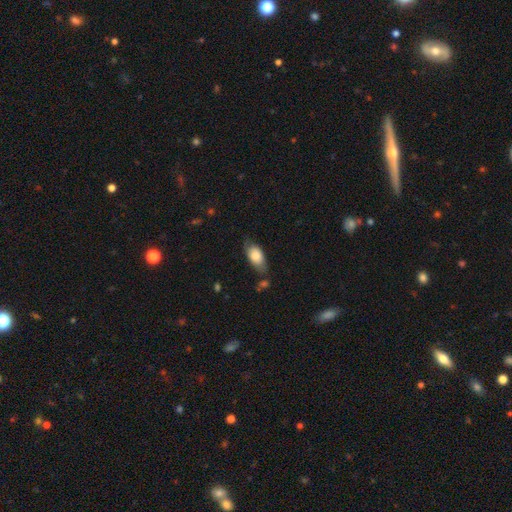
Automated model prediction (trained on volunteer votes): Morphology: type=smooth (79%); roundness=in between (89%); merging=none (62%).